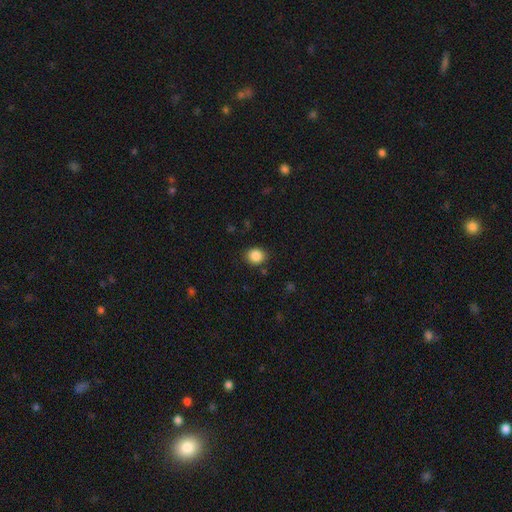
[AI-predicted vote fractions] This is clearly a smooth galaxy (86%). How rounded: likely round (76%). Merging: clearly none (86%).